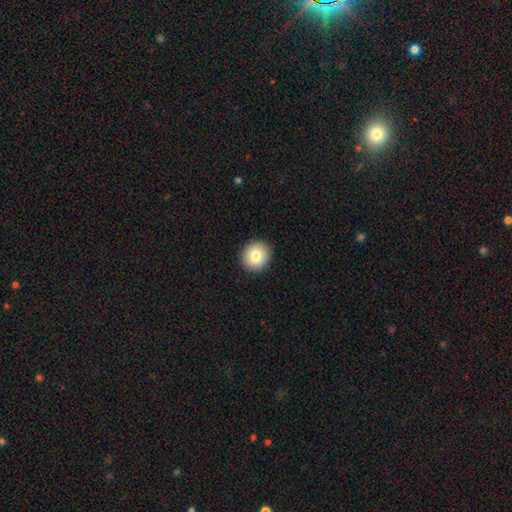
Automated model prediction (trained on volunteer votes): A smooth galaxy with no disk features (83%) that is round (92%).

Vote fractions:
- Smooth or featured? smooth: 83% / star or artifact: 9% / featured or disk: 8%
- How rounded? round: 92% / in between: 7% / cigar-shaped: 1%
- Merging? none: 92% / minor disturbance: 5% / major disturbance: 1% / merger: 1%